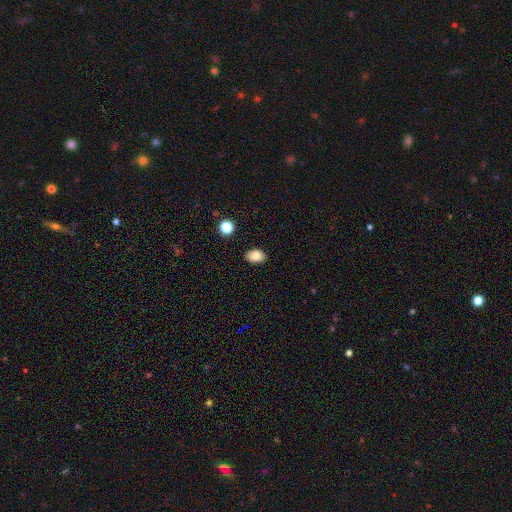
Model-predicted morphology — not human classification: A smooth galaxy with no disk features (86%) that is in between round and cigar-shaped (85%). Merging: none (87%).